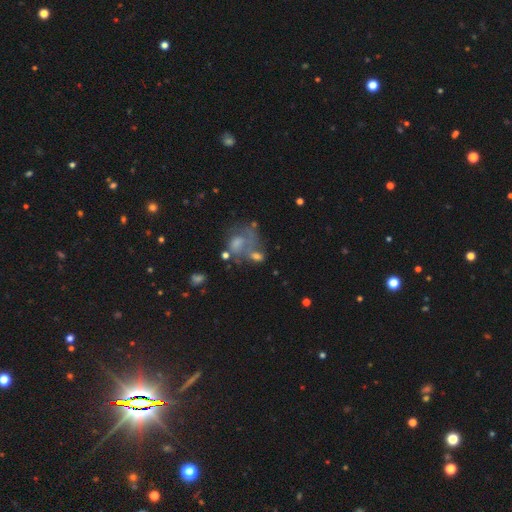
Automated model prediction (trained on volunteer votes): smooth_or_featured: featured or disk (p=0.48) [alt: smooth p=0.34]
merging: none (p=0.30) [alt: major disturbance p=0.28]